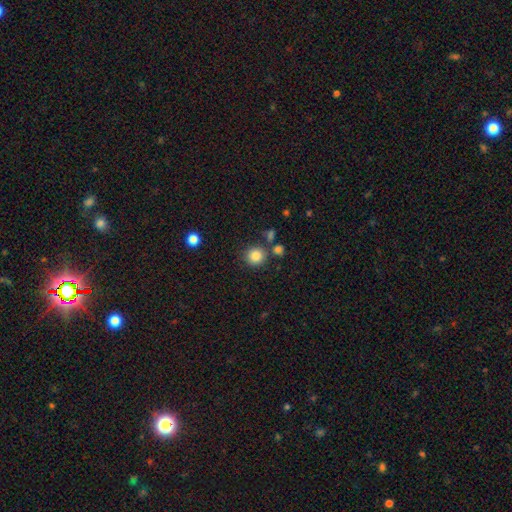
This appears to be a smooth galaxy with no disk features (87%) that is round (97%). Merging: none (78%).